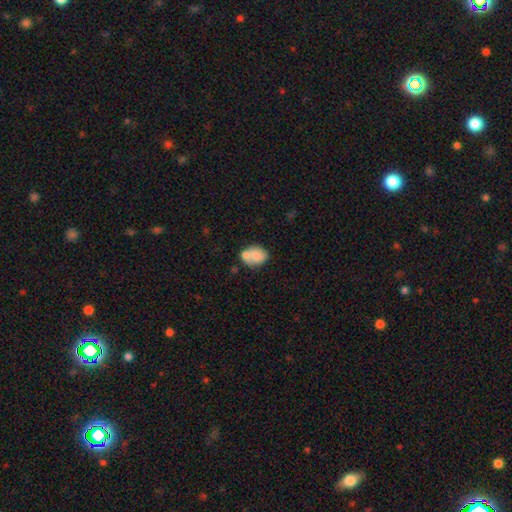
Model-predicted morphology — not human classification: Overall: smooth (70%). How rounded: in between (52%; round 47%). Merging: none (39%; merger 38%).